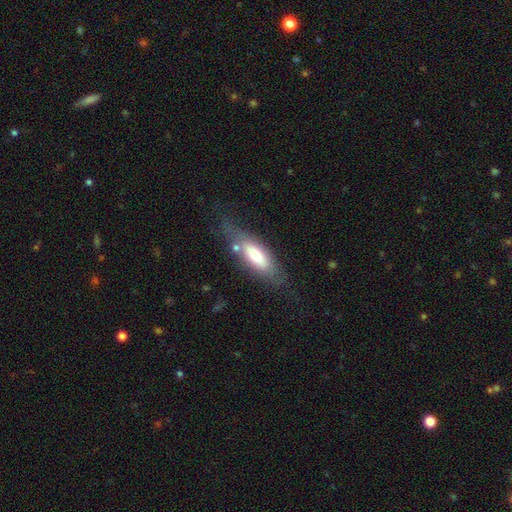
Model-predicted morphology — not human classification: smooth_or_featured: smooth (p=0.65) [alt: featured or disk p=0.28]
how_rounded: in between (p=0.59) [alt: cigar-shaped p=0.39]
merging: none (p=0.54) [alt: minor disturbance p=0.25]